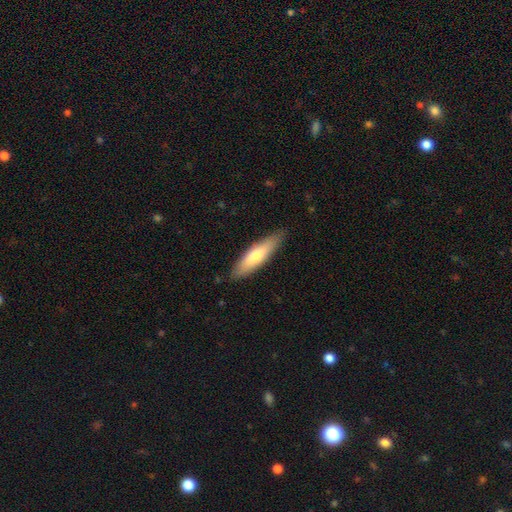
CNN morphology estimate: smooth-or-featured: smooth: 66% | featured or disk: 29% | star or artifact: 5%
  how-rounded: cigar-shaped: 70% | in between: 29% | round: 1%
  merging: none: 86% | minor disturbance: 11% | major disturbance: 2% | merger: 1%